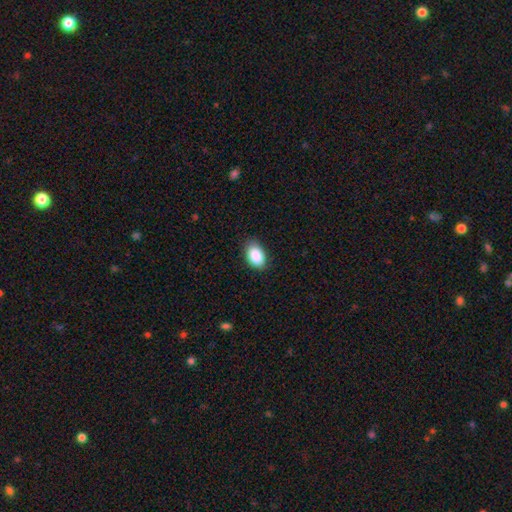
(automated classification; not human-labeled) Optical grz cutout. It shows a smooth galaxy with no disk features (89%) that is in between round and cigar-shaped (92%). Merging: none (85%).